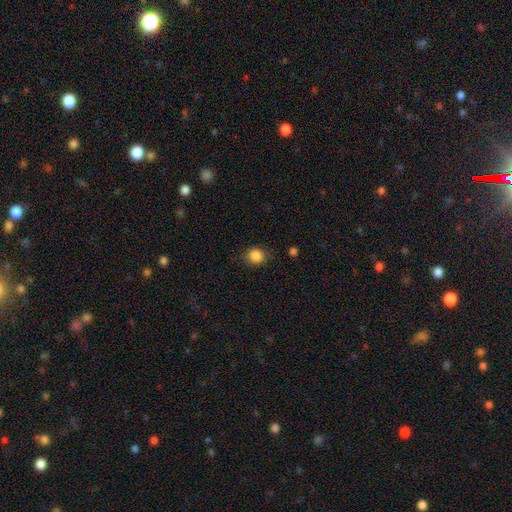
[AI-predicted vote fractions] smooth-or-featured: smooth: 87% | star or artifact: 10% | featured or disk: 3%
  how-rounded: round: 83% | in between: 16% | cigar-shaped: 1%
  merging: none: 84% | minor disturbance: 12% | major disturbance: 3% | merger: 1%